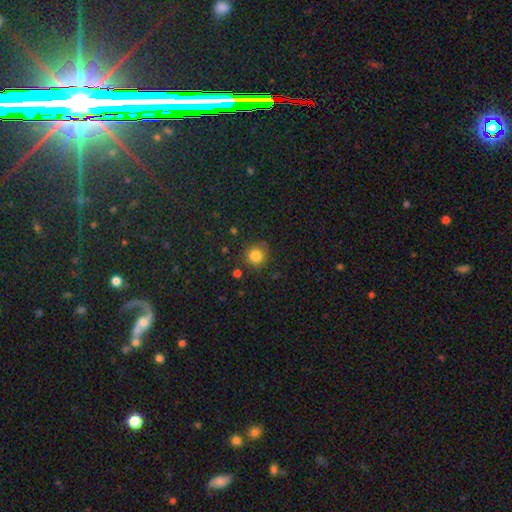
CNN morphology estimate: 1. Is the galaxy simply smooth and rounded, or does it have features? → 82% smooth, 12% star or artifact, 6% featured or disk.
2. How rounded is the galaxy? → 92% round, 7% in between, 1% cigar-shaped.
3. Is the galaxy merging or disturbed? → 83% none, 11% minor disturbance, 3% major disturbance, 2% merger.